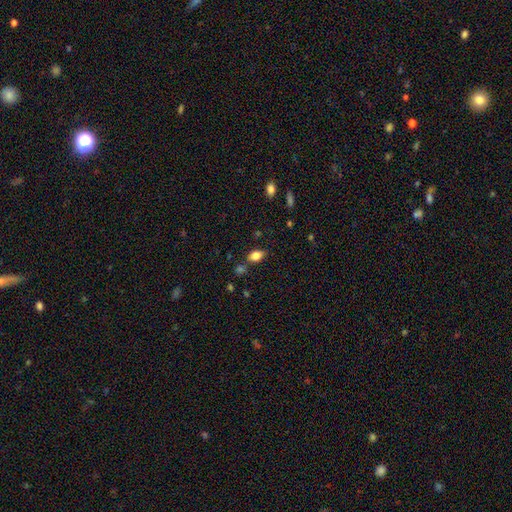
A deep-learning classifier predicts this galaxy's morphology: This is clearly a smooth galaxy (83%). How rounded: clearly in between (88%). Merging: likely none (74%).